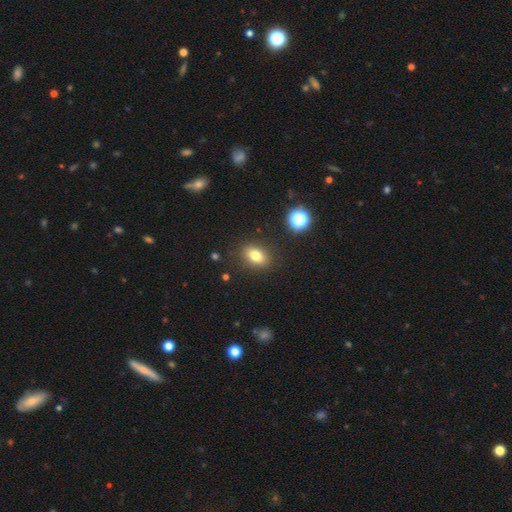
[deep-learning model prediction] smooth 79%, star or artifact 11%, featured or disk 10%. Down the decision tree: how rounded — in between (77%); merging — none (87%).